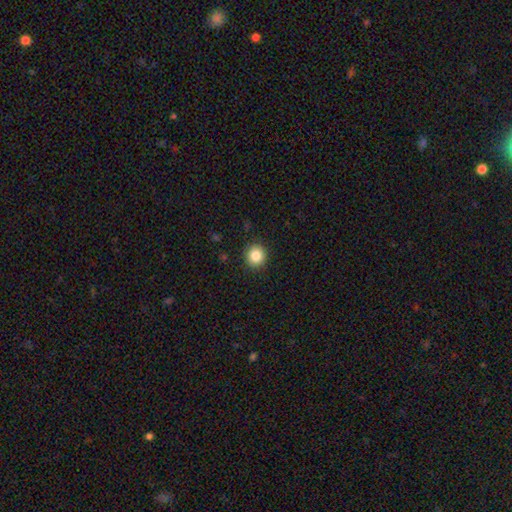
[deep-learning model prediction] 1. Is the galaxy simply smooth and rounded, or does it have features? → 85% smooth, 10% star or artifact, 5% featured or disk.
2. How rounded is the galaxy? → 90% round, 9% in between, 1% cigar-shaped.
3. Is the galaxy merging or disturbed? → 91% none, 6% minor disturbance, 2% major disturbance, 1% merger.